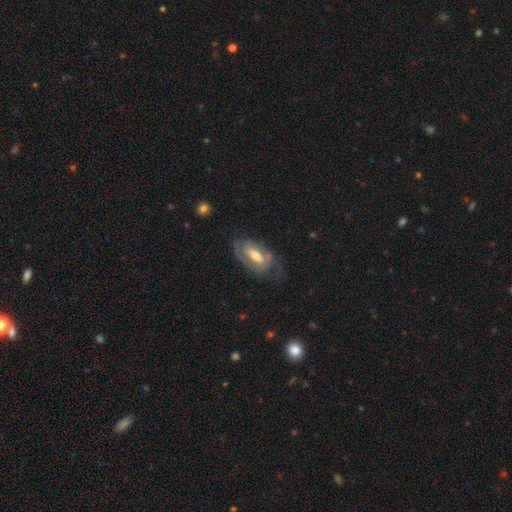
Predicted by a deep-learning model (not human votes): Smooth or featured?
  - featured or disk: 69% *
  - smooth: 25%
  - star or artifact: 6%
Edge-on disk?
  - no: 91% *
  - yes: 9%
Bar?
  - weak: 41% *
  - no: 37%
  - strong: 22%
Spiral arms?
  - yes: 74% *
  - no: 26%
Bulge size?
  - moderate: 62% *
  - small: 27%
  - large: 9%
  - none: 2%
  - dominant: 1%
Merging?
  - none: 54% *
  - minor disturbance: 25%
  - major disturbance: 18%
  - merger: 3%